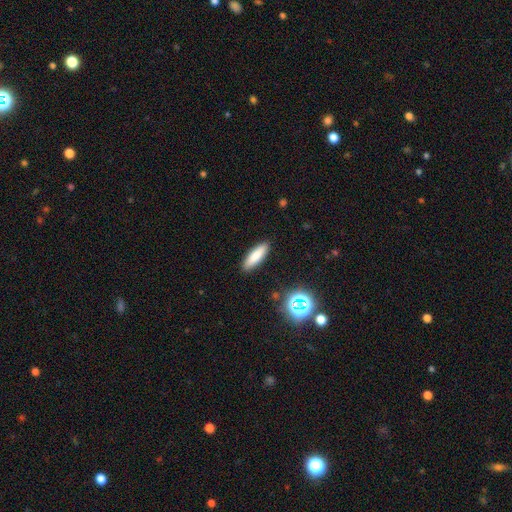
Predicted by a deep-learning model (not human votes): This is clearly a smooth galaxy (80%). How rounded: possibly cigar-shaped (57%). Merging: clearly none (89%).